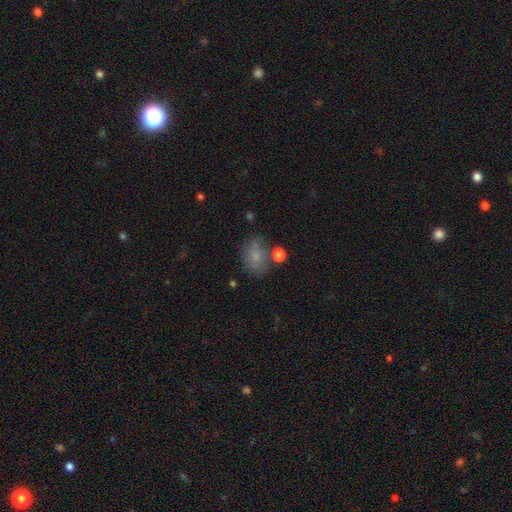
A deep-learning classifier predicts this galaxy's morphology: Smooth or featured? smooth (73%)
How rounded? in between (67%)
Merging? none (57%)